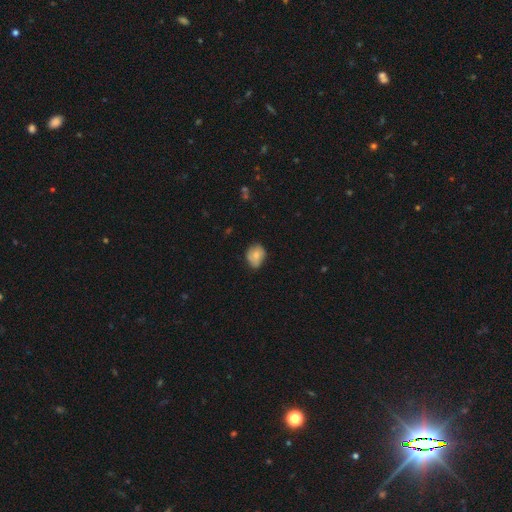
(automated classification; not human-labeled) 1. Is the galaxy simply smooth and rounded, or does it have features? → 73% smooth, 19% featured or disk, 8% star or artifact.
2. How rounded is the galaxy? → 55% in between, 44% round, 1% cigar-shaped.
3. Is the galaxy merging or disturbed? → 59% none, 33% minor disturbance, 6% major disturbance, 2% merger.